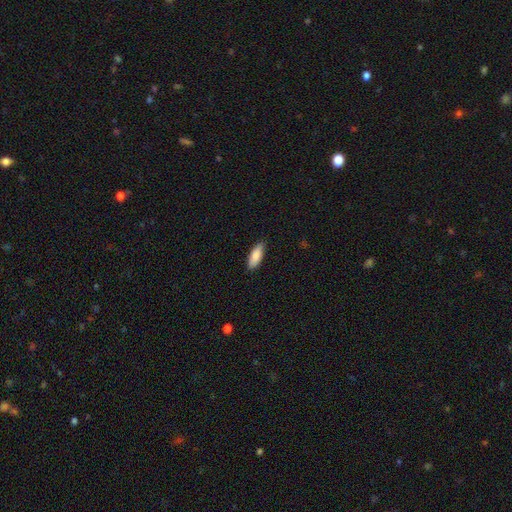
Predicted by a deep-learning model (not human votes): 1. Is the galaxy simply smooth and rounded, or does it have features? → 87% smooth, 8% featured or disk, 6% star or artifact.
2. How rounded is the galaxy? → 68% in between, 30% cigar-shaped, 2% round.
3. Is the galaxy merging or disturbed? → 85% none, 12% minor disturbance, 2% major disturbance, 1% merger.